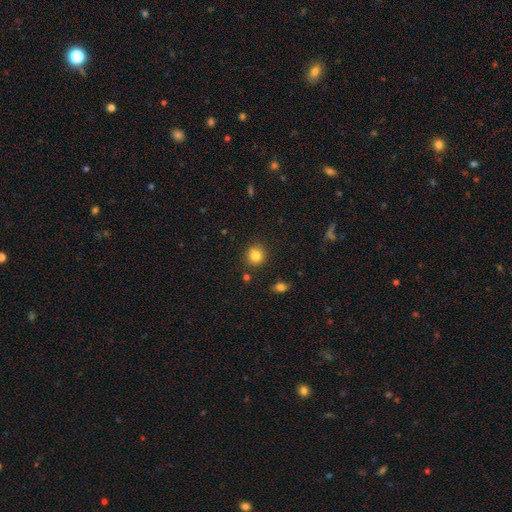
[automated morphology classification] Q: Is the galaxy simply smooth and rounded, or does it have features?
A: smooth — 83%.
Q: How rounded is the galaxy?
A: round — 88%.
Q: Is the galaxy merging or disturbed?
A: none — 86%.